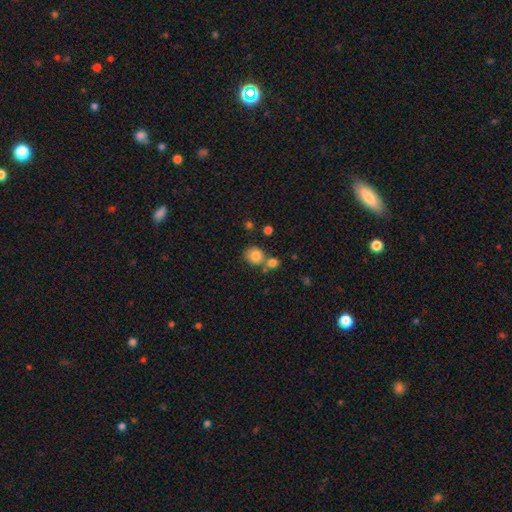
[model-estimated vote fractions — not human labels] Overall: smooth (83%). How rounded: round (82%). Merging: none (56%; merger 29%).